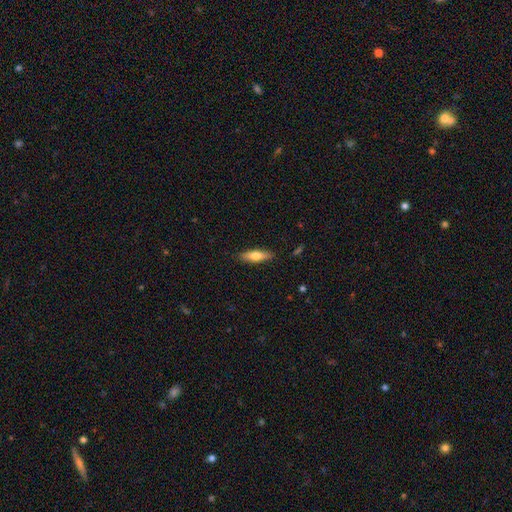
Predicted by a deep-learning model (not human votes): smooth-or-featured: smooth: 68% | featured or disk: 26% | star or artifact: 6%
  how-rounded: cigar-shaped: 56% | in between: 42% | round: 2%
  merging: none: 88% | minor disturbance: 9% | major disturbance: 2% | merger: 1%